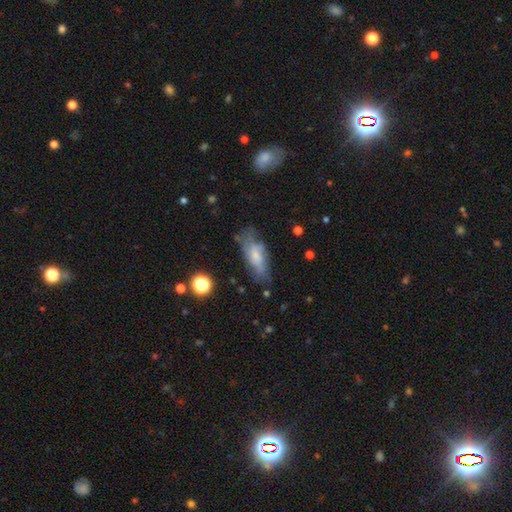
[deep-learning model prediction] This is possibly a smooth galaxy (56%). How rounded: likely in between (72%). Merging: possibly none (54%).